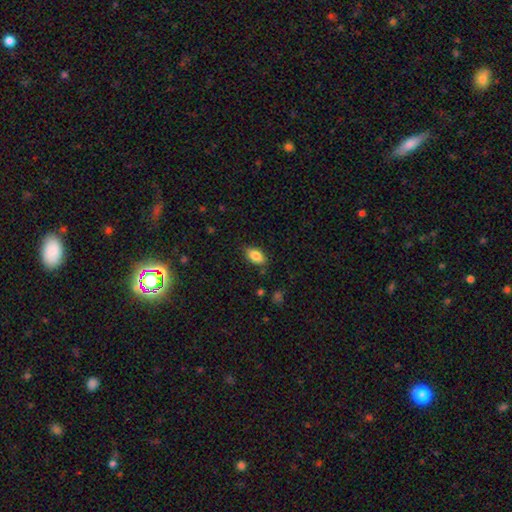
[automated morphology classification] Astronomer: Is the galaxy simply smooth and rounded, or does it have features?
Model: smooth — 86%.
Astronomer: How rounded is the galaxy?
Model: in between — 90%.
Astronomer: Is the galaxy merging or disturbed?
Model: none — 84%.